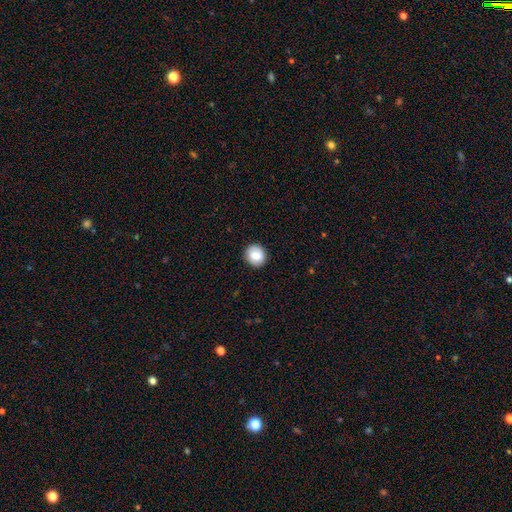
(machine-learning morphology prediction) A smooth galaxy with no disk features (76%) that is round (80%).

Vote fractions:
- Smooth or featured? smooth: 76% / featured or disk: 16% / star or artifact: 8%
- How rounded? round: 80% / in between: 20% / cigar-shaped: 1%
- Merging? none: 90% / minor disturbance: 7% / major disturbance: 2% / merger: 1%